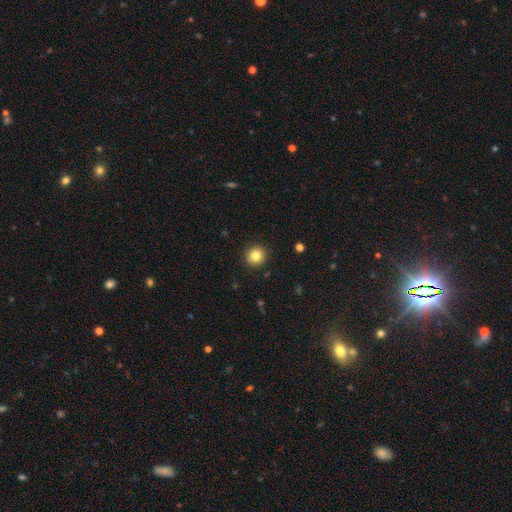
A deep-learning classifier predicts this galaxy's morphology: smooth 83%, star or artifact 11%, featured or disk 6%. Down the decision tree: how rounded — round (91%); merging — none (91%).